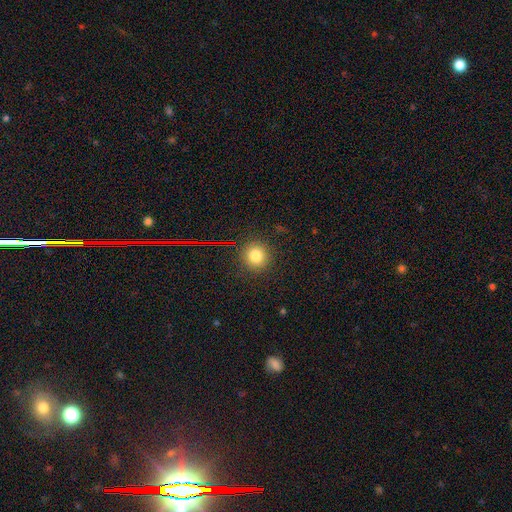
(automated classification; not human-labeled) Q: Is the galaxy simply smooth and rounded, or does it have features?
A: smooth — 78%.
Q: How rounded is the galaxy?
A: round — 91%.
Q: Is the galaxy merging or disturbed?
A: none — 88%.